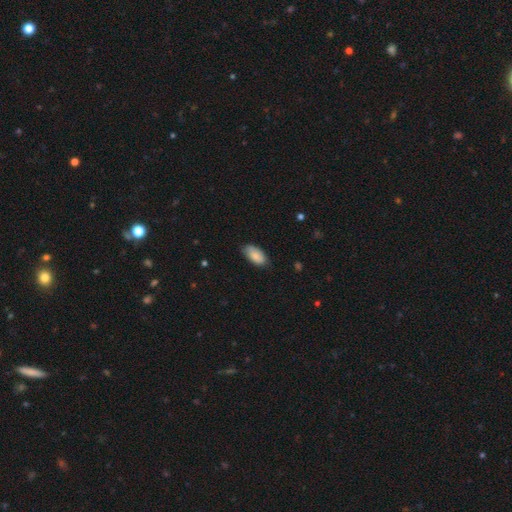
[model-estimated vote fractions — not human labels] This appears to be a smooth galaxy with no disk features (82%) that is in between round and cigar-shaped (94%). Merging: none (76%).